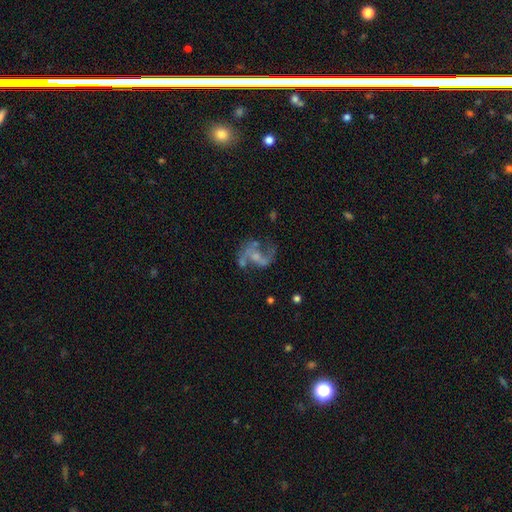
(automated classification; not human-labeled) Smooth or featured? featured or disk (77%)
Edge-on disk? no (98%)
Bar? no (50%)
Spiral arms? yes (80%)
Spiral winding? loose (64%)
Spiral arm count? 2 (82%)
Bulge size? small (42%)
Merging? none (45%)